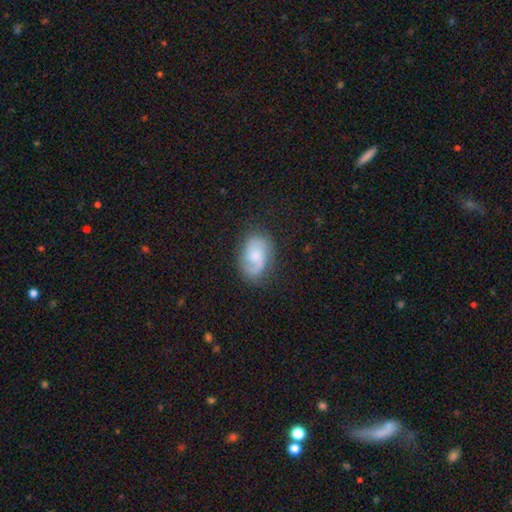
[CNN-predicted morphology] A featured or disk galaxy (58%) with no bar (65%), 2 (52%) medium (43%) spiral arms (91%) and a moderate central bulge (35%).

Vote fractions:
- Smooth or featured? featured or disk: 58% / smooth: 34% / star or artifact: 8%
- Edge-on disk? no: 97% / yes: 3%
- Bar? no: 65% / weak: 31% / strong: 4%
- Spiral arms? yes: 91% / no: 9%
- Spiral winding? medium: 43% / loose: 30% / tight: 27%
- Spiral arm count? 2: 52% / 1: 34% / can't tell: 10% / 3: 2% / 4: 1% / more than 4: 1%
- Bulge size? moderate: 35% / small: 34% / none: 17% / large: 12% / dominant: 3%
- Merging? none: 67% / minor disturbance: 21% / major disturbance: 11% / merger: 2%